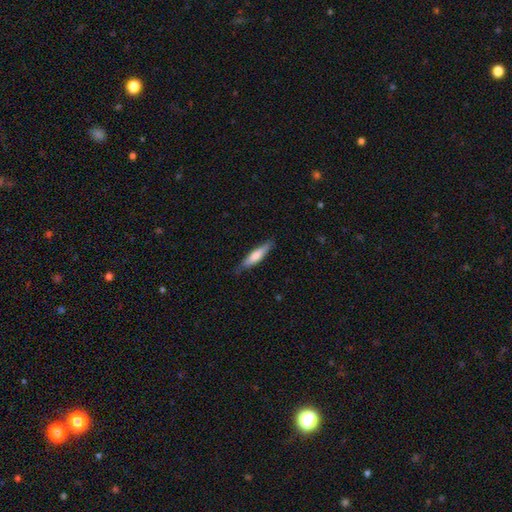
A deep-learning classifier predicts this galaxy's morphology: This is likely a smooth galaxy (65%). How rounded: clearly cigar-shaped (80%). Merging: clearly none (81%).